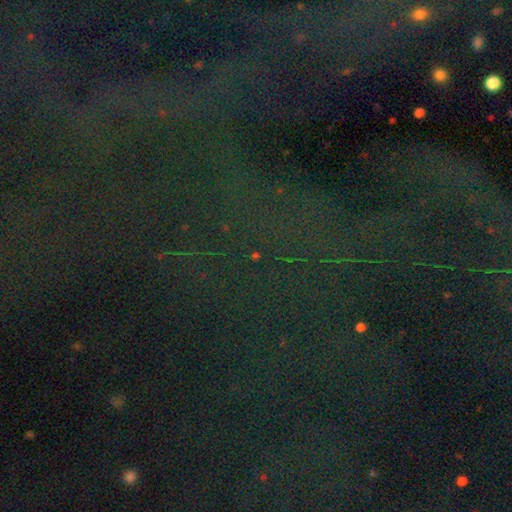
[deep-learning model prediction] This appears to be a star or artifact, not a galaxy (77%).